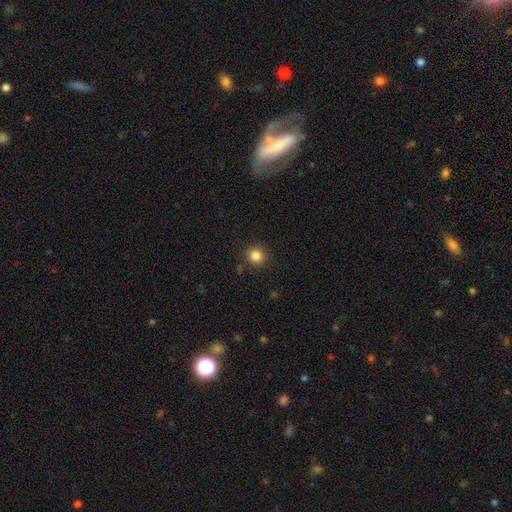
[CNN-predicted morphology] A smooth galaxy with no disk features (85%) that is round (92%). Merging: none (89%).